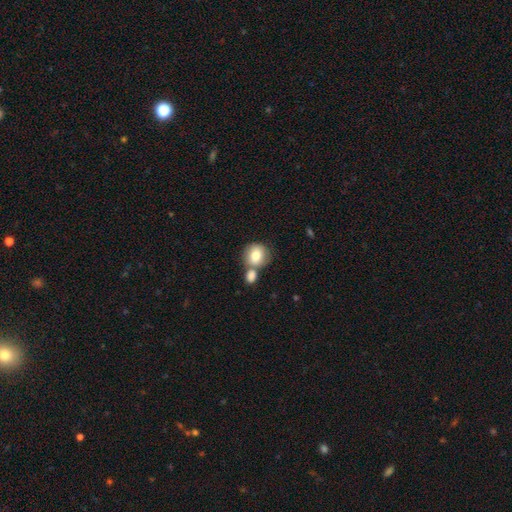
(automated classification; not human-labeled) Morphology: type=smooth (79%); roundness=round (81%); merging=none (46%).